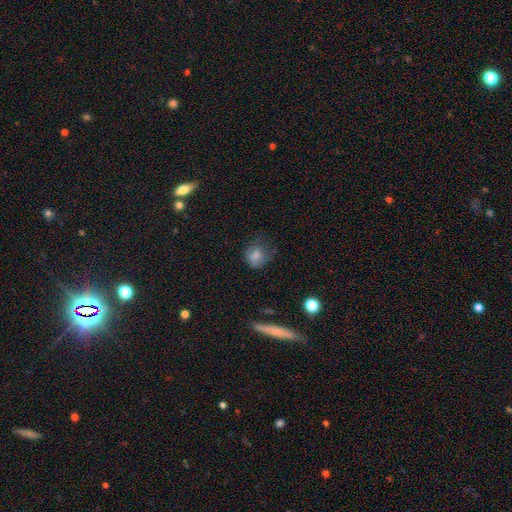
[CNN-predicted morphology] A smooth galaxy with no disk features (77%) that is round (70%). Merging: none (57%).